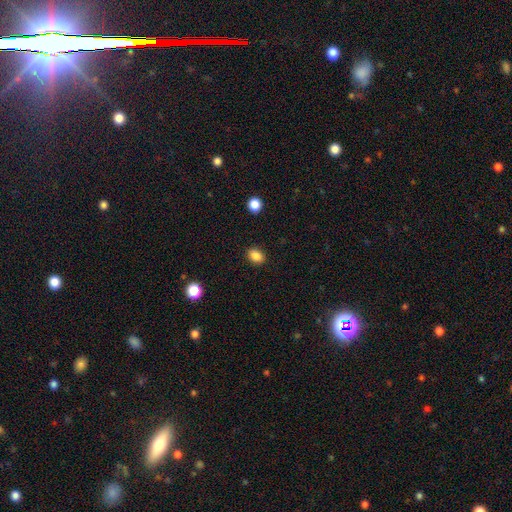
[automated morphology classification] Smooth or featured: smooth — 87% (star or artifact — 10%)
How rounded: in between — 65% (round — 34%)
Merging: none — 89% (minor disturbance — 8%)